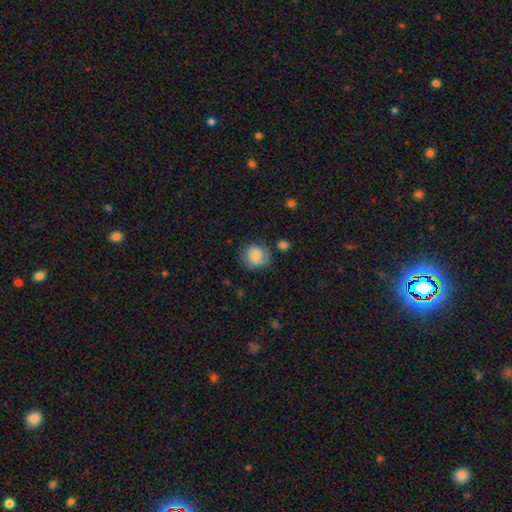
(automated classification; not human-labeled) A smooth galaxy with no disk features (70%) that is round (80%).

Vote fractions:
- Smooth or featured? smooth: 70% / featured or disk: 22% / star or artifact: 8%
- How rounded? round: 80% / in between: 19% / cigar-shaped: 1%
- Merging? none: 66% / minor disturbance: 22% / major disturbance: 8% / merger: 3%